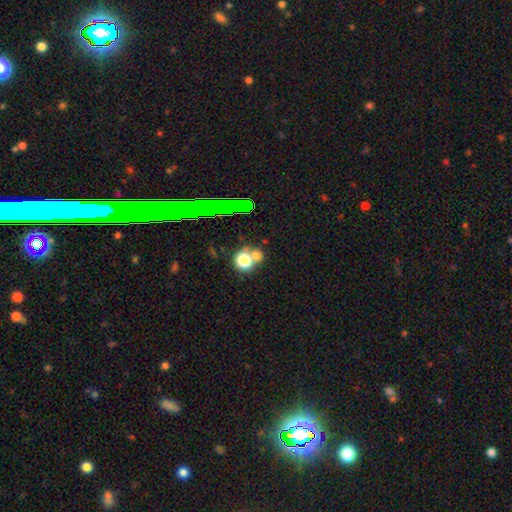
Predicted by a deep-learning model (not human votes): Smooth or featured? Predicted: smooth (p=0.69). How rounded? Predicted: round (p=0.78). Merging? Predicted: none (p=0.46).